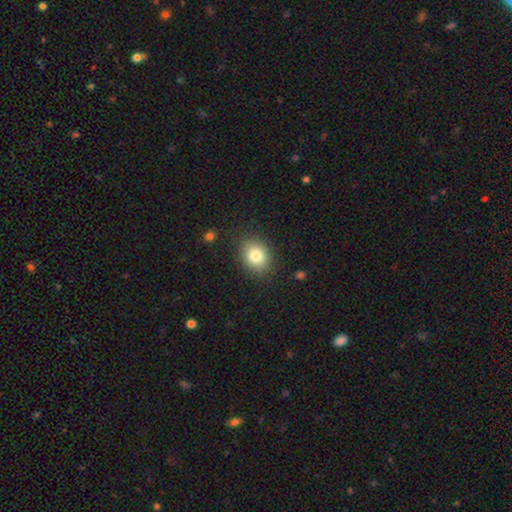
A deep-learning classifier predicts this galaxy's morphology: This is clearly a smooth galaxy (82%). How rounded: possibly in between (53%). Merging: clearly none (85%).